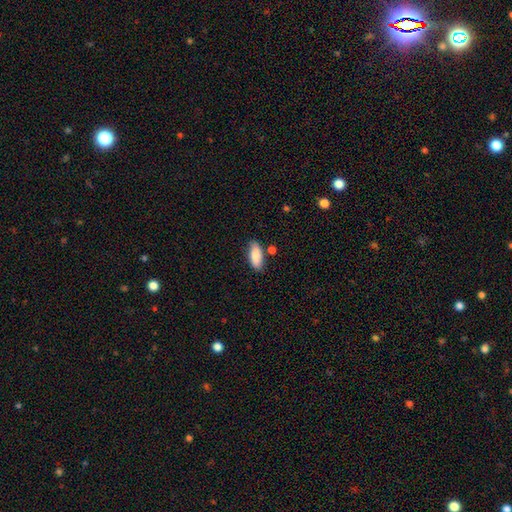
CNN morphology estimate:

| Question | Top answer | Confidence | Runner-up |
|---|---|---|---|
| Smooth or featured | smooth | 87% | featured or disk (7%) |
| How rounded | in between | 81% | cigar-shaped (17%) |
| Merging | none | 77% | minor disturbance (14%) |